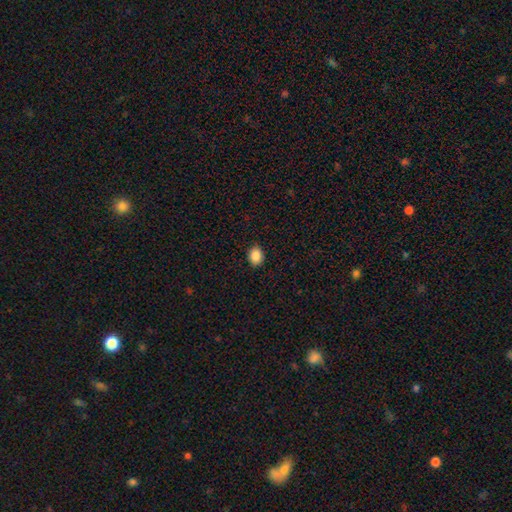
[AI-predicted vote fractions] Smooth or featured? smooth (88%)
How rounded? in between (63%)
Merging? none (89%)